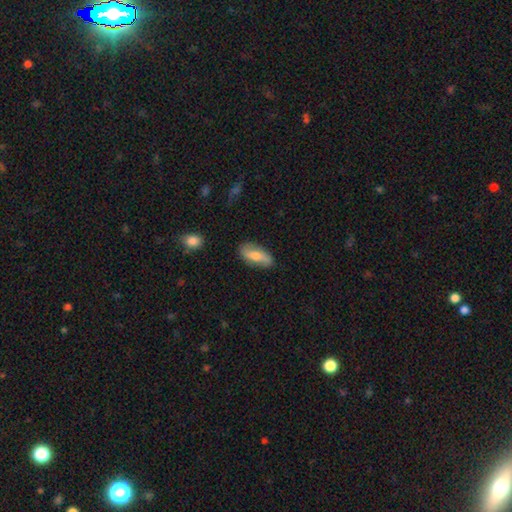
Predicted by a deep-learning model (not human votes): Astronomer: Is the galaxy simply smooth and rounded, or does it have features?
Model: smooth — 60%.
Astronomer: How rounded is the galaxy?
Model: in between — 77%.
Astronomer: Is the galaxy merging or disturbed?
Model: none — 81%.